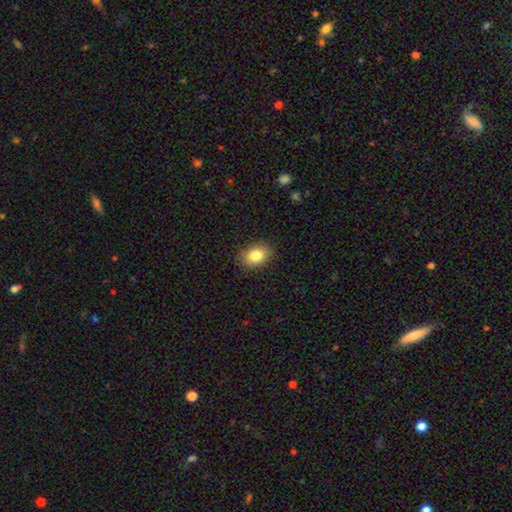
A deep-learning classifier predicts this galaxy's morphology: Overall: smooth (83%). How rounded: in between (73%). Merging: none (88%).